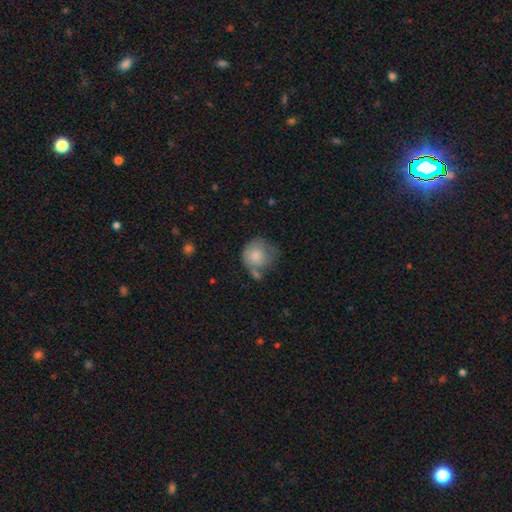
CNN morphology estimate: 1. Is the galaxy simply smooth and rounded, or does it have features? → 70% smooth, 23% featured or disk, 7% star or artifact.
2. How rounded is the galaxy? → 80% round, 19% in between, 1% cigar-shaped.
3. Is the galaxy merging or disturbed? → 36% none, 29% minor disturbance, 19% major disturbance, 16% merger.